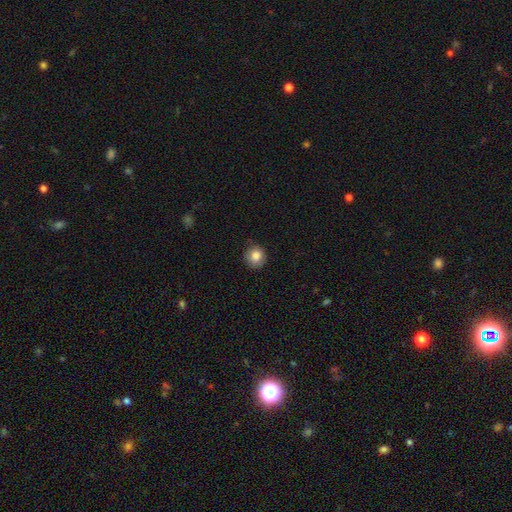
smooth 92%, star or artifact 8%, featured or disk 0%. Down the decision tree: how rounded — round (92%); merging — none (83%).